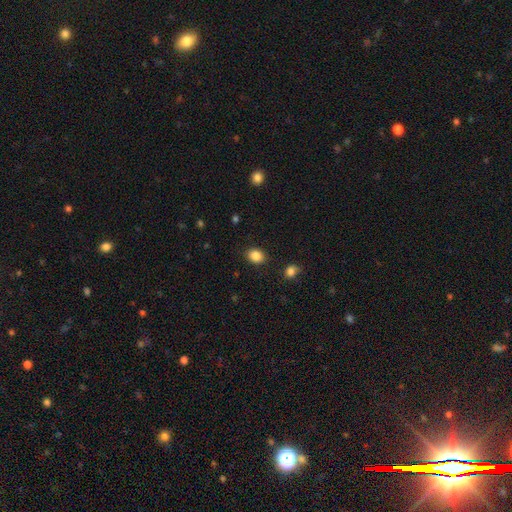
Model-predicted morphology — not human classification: The model was most divided on "how rounded": in between: 50%, round: 49%, cigar-shaped: 1%. More confident: merging — none (87%); smooth or featured — smooth (86%).